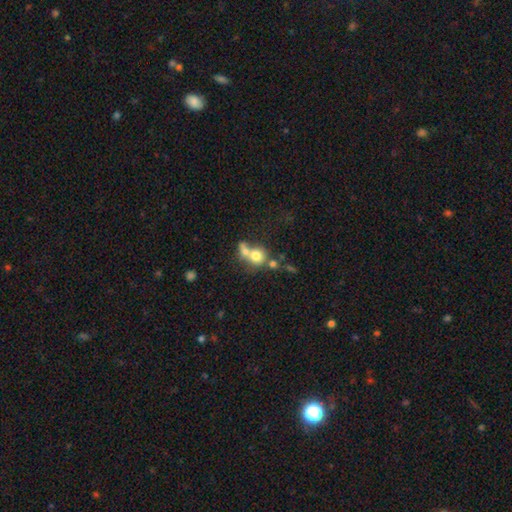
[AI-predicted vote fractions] Smooth or featured?
  - smooth: 71% *
  - featured or disk: 17%
  - star or artifact: 12%
How rounded?
  - round: 79% *
  - in between: 20%
  - cigar-shaped: 1%
Merging?
  - merger: 53% *
  - none: 33%
  - minor disturbance: 8%
  - major disturbance: 6%